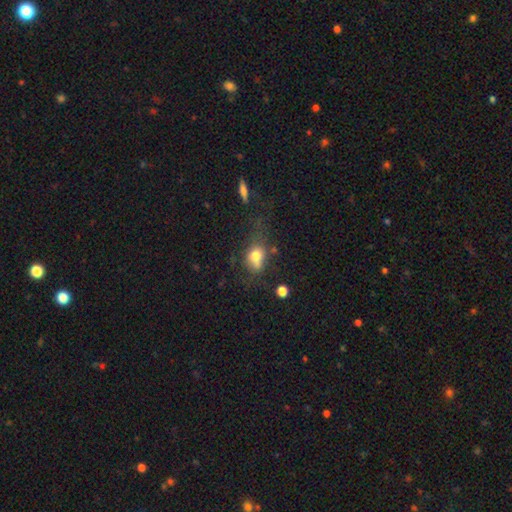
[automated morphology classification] smooth-or-featured: smooth: 72% | featured or disk: 16% | star or artifact: 12%
  how-rounded: round: 51% | in between: 47% | cigar-shaped: 2%
  merging: none: 42% | minor disturbance: 23% | merger: 18% | major disturbance: 17%